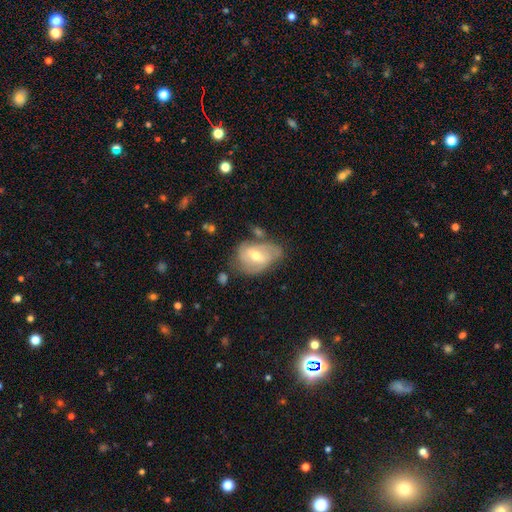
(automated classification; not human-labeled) smooth_or_featured: featured or disk (p=0.61) [alt: smooth p=0.32]
disk_edge_on: no (p=0.94) [alt: yes p=0.06]
bar: weak (p=0.47) [alt: no p=0.31]
has_spiral_arms: yes (p=0.70) [alt: no p=0.30]
bulge_size: moderate (p=0.62) [alt: small p=0.33]
merging: none (p=0.50) [alt: minor disturbance p=0.28]